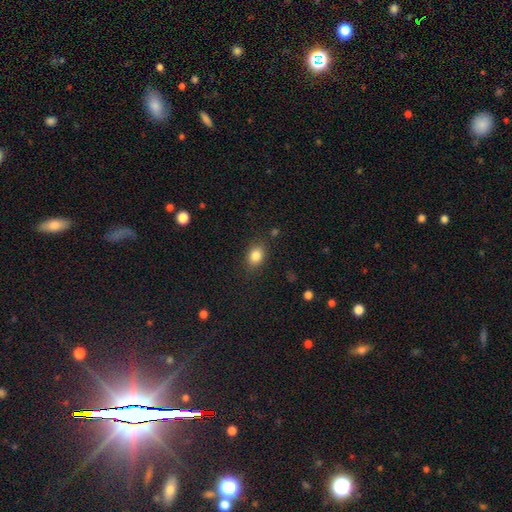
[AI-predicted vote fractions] Morphology: type=smooth (84%); roundness=in between (64%); merging=none (83%).